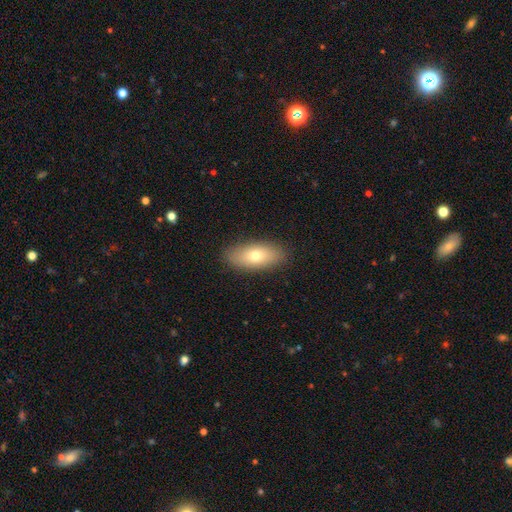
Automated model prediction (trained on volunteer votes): Smooth or featured? smooth (72%)
How rounded? in between (83%)
Merging? none (88%)